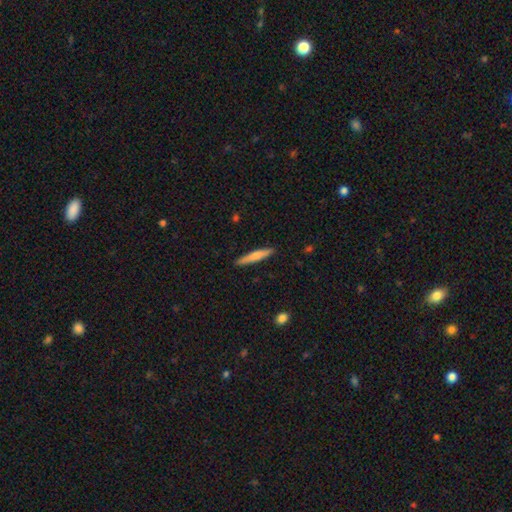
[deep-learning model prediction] smooth 66%, featured or disk 28%, star or artifact 6%. Down the decision tree: how rounded — cigar-shaped (93%); merging — none (90%).